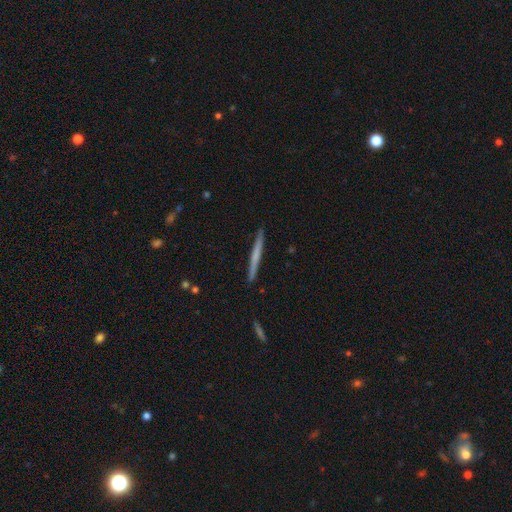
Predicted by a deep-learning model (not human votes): A smooth galaxy with no disk features (49%).

Vote fractions:
- Smooth or featured? smooth: 49% / featured or disk: 46% / star or artifact: 5%
- Merging? none: 92% / minor disturbance: 6% / major disturbance: 1% / merger: 1%